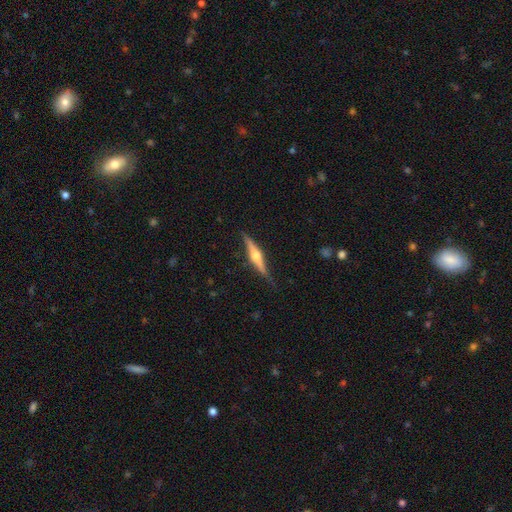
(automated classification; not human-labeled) Morphology: type=featured or disk (76%); edge-on=yes (97%); edge-on bulge=rounded (94%); merging=none (83%).